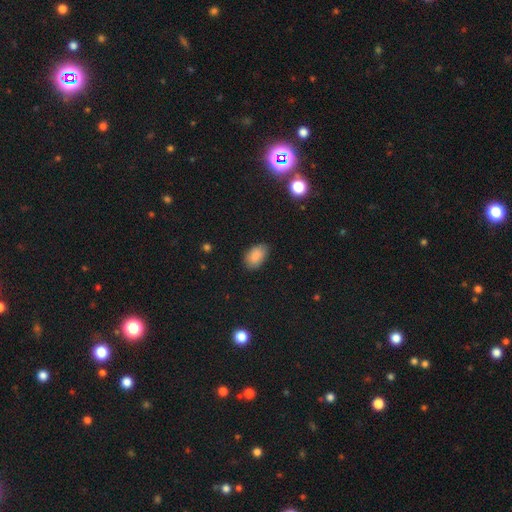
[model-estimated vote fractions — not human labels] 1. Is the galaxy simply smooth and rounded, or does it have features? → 85% smooth, 9% star or artifact, 6% featured or disk.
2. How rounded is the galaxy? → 90% in between, 9% round, 1% cigar-shaped.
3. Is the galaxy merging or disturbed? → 78% none, 18% minor disturbance, 3% major disturbance, 1% merger.